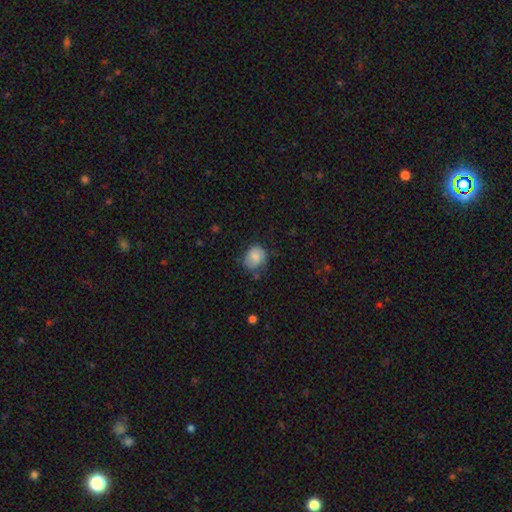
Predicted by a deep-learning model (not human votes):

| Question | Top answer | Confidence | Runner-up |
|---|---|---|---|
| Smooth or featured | smooth | 71% | featured or disk (21%) |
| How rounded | round | 67% | in between (32%) |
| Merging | none | 57% | minor disturbance (30%) |